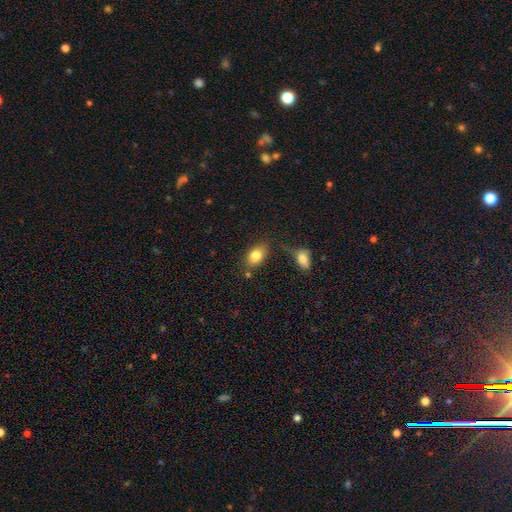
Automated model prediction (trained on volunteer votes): smooth 82%, featured or disk 10%, star or artifact 9%. Down the decision tree: how rounded — in between (82%); merging — none (71%).